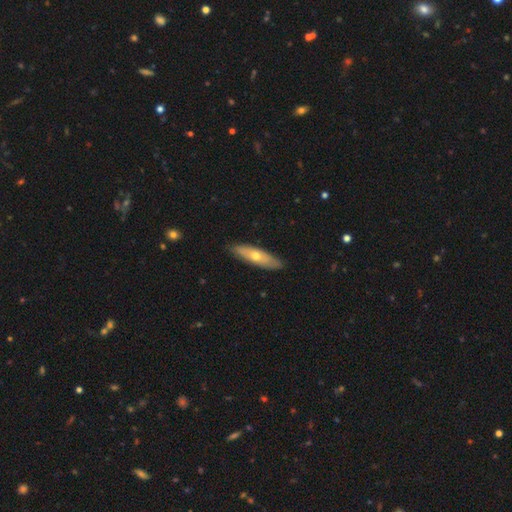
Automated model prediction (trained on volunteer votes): smooth-or-featured: smooth: 51% | featured or disk: 44% | star or artifact: 6%
  how-rounded: cigar-shaped: 63% | in between: 35% | round: 2%
  merging: none: 86% | minor disturbance: 11% | major disturbance: 2% | merger: 1%